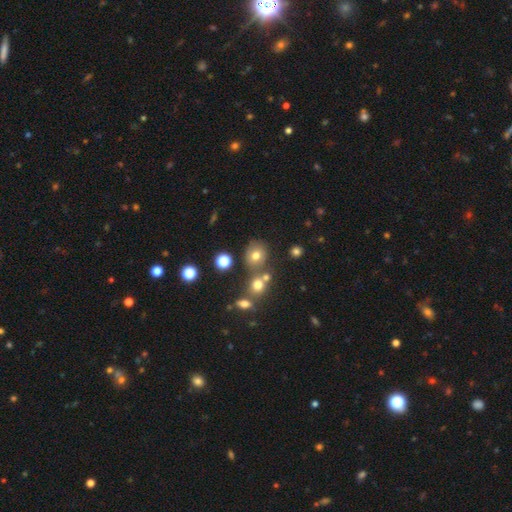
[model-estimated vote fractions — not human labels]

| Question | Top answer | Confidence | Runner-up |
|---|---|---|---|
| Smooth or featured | smooth | 69% | star or artifact (17%) |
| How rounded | round | 72% | in between (27%) |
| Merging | none | 67% | merger (16%) |